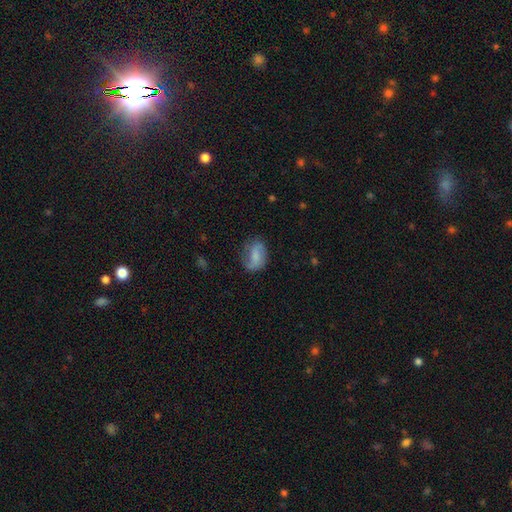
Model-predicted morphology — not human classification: This is possibly a smooth galaxy (52%). How rounded: clearly in between (83%). Merging: possibly none (58%).